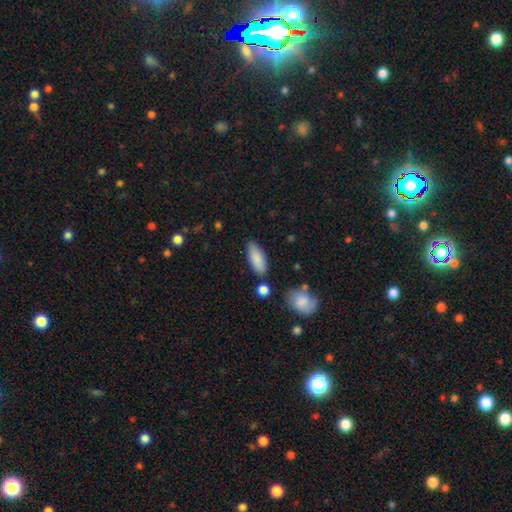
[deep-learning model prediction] smooth 87%, featured or disk 7%, star or artifact 6%. Down the decision tree: how rounded — in between (79%); merging — none (78%).